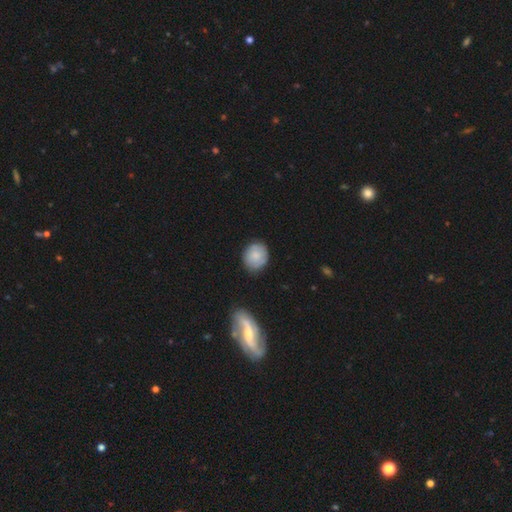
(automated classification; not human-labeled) A smooth galaxy with no disk features (75%) that is round (68%). Merging: none (79%).